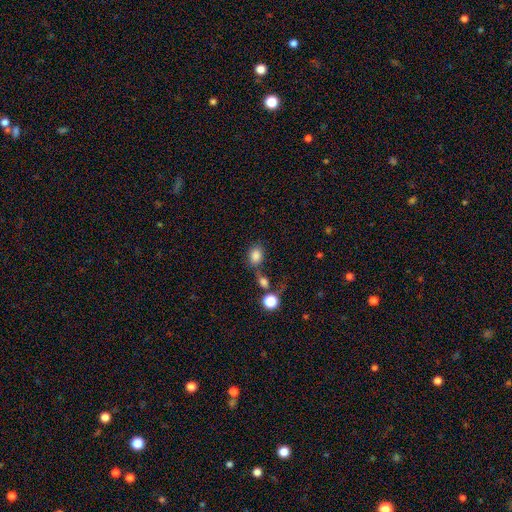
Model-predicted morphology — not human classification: A smooth galaxy with no disk features (84%) that is in between round and cigar-shaped (52%). Merging: none (56%).